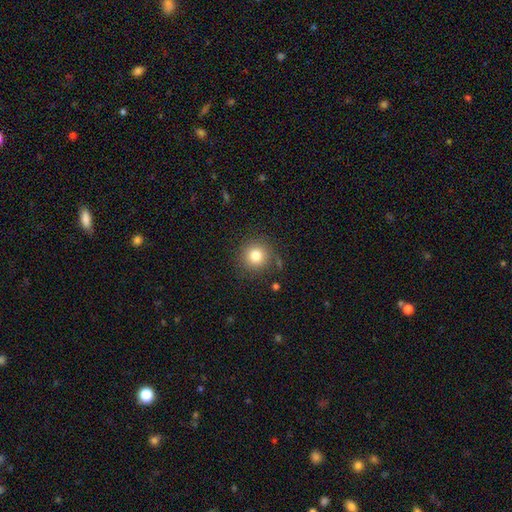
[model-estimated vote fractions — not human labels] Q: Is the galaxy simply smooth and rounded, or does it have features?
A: smooth — 80%.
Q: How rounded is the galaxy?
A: round — 94%.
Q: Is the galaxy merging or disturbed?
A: none — 86%.